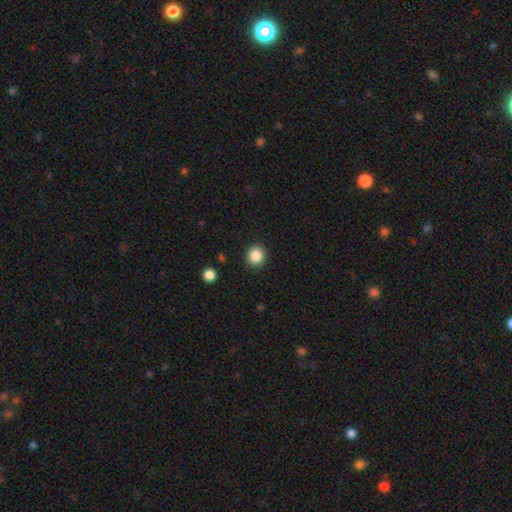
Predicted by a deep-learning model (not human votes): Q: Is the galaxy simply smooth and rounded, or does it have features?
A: smooth — 86%.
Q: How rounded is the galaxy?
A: round — 89%.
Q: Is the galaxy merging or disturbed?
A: none — 91%.